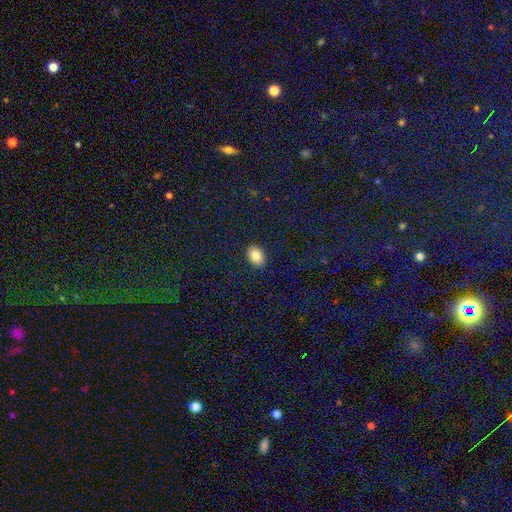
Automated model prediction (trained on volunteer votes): This is clearly a smooth galaxy (83%). How rounded: likely in between (77%). Merging: clearly none (90%).